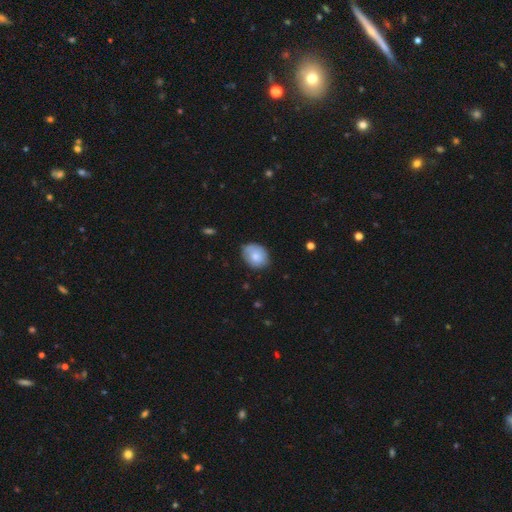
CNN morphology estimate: Smooth or featured?
  - smooth: 77% *
  - featured or disk: 16%
  - star or artifact: 7%
How rounded?
  - in between: 57% *
  - round: 42%
  - cigar-shaped: 1%
Merging?
  - none: 73% *
  - minor disturbance: 22%
  - major disturbance: 4%
  - merger: 1%